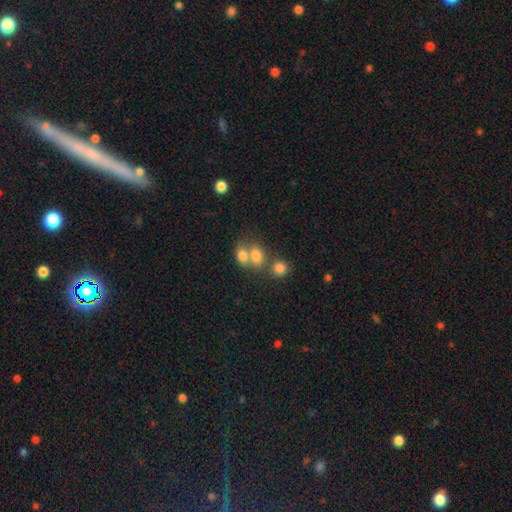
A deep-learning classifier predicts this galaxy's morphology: Q: Smooth or featured?
A: smooth (75%); runner-up: featured or disk (14%)
Q: How rounded?
A: in between (59%); runner-up: round (40%)
Q: Merging?
A: merger (58%); runner-up: none (29%)